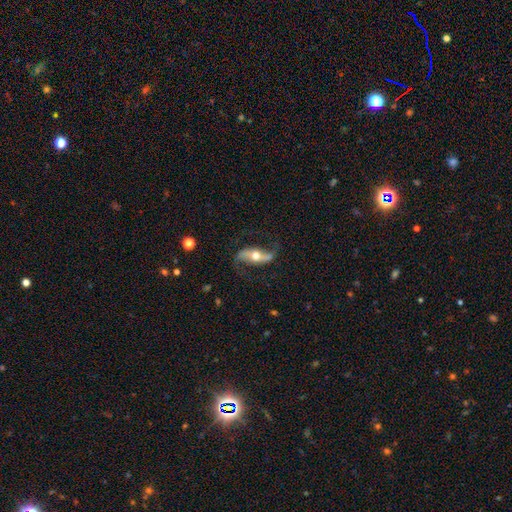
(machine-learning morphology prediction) type=featured or disk (80%); edge-on=no (82%); bar=strong (38%); spiral arms=yes (92%); winding=loose (78%); arm count=2 (93%); bulge=moderate (70%); merging=none (73%).